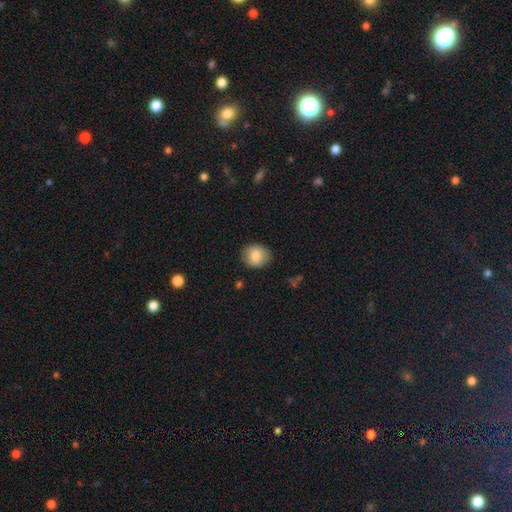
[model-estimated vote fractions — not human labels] Morphology: type=smooth (84%); roundness=round (63%); merging=none (84%).